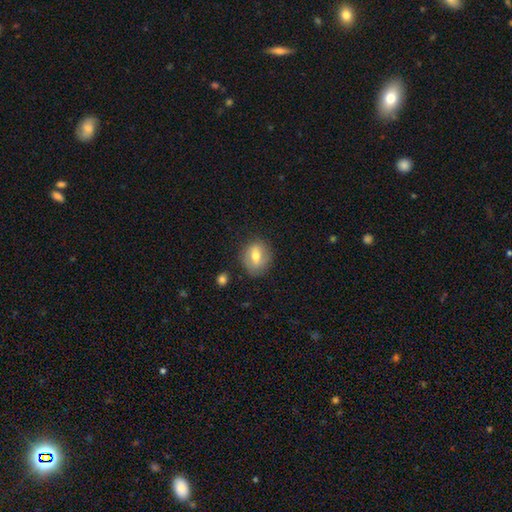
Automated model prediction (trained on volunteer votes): This appears to be a smooth galaxy with no disk features (59%) that is round (60%). Merging: none (79%).